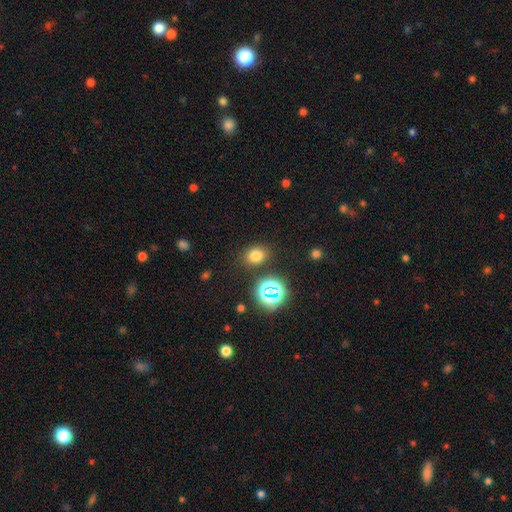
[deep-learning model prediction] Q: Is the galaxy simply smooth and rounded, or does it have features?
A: smooth — 72%.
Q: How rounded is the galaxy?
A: in between — 51%.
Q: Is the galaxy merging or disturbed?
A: none — 84%.